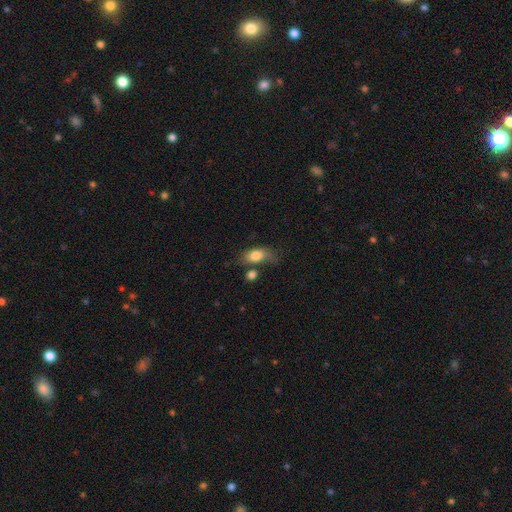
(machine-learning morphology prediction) Smooth or featured: smooth — 78% (featured or disk — 14%)
How rounded: in between — 82% (round — 11%)
Merging: none — 43% (minor disturbance — 26%)